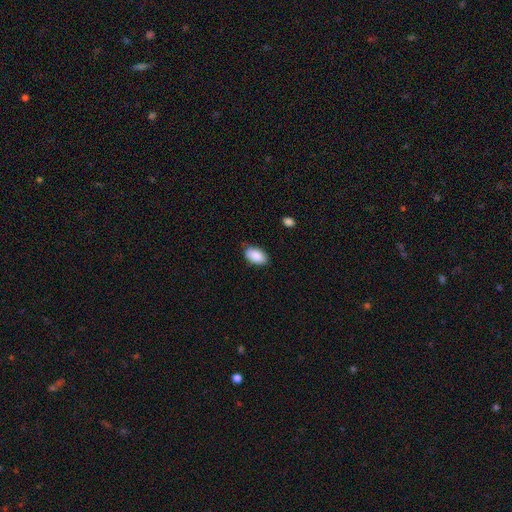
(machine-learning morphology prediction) smooth-or-featured: smooth: 88% | star or artifact: 6% | featured or disk: 5%
  how-rounded: in between: 94% | round: 4% | cigar-shaped: 1%
  merging: none: 82% | minor disturbance: 14% | major disturbance: 3% | merger: 1%